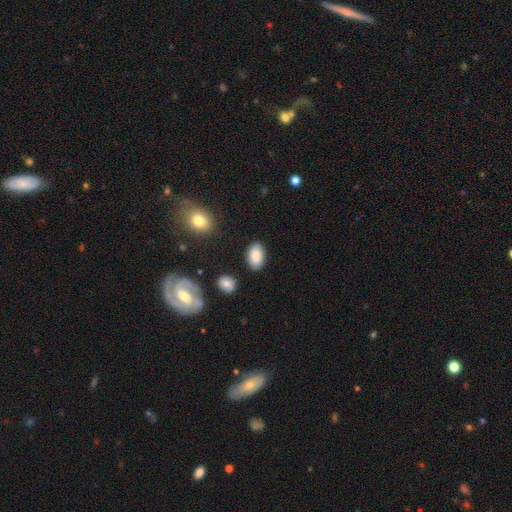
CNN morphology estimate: Smooth or featured? Predicted: smooth (p=0.85). How rounded? Predicted: in between (p=0.92). Merging? Predicted: none (p=0.85).